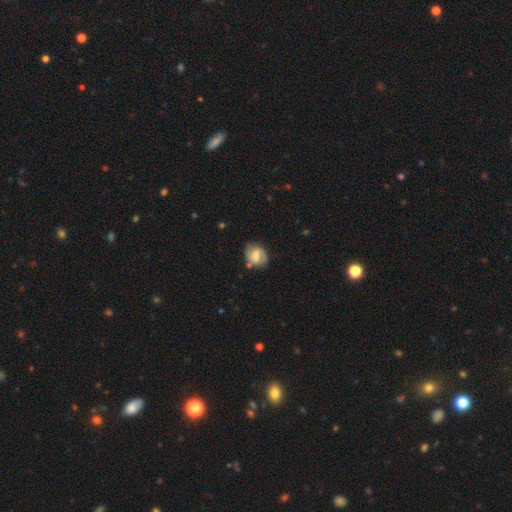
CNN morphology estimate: Q: Smooth or featured?
A: featured or disk (56%); runner-up: smooth (36%)
Q: Edge-on disk?
A: no (97%); runner-up: yes (3%)
Q: Bar?
A: weak (50%); runner-up: no (33%)
Q: Spiral arms?
A: yes (84%); runner-up: no (16%)
Q: Bulge size?
A: moderate (52%); runner-up: small (32%)
Q: Merging?
A: none (69%); runner-up: minor disturbance (20%)